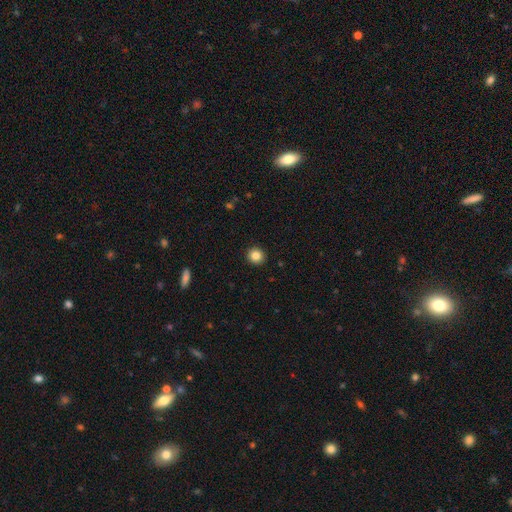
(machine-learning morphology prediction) smooth_or_featured: smooth (p=0.85) [alt: star or artifact p=0.10]
how_rounded: round (p=0.90) [alt: in between p=0.09]
merging: none (p=0.93) [alt: minor disturbance p=0.05]